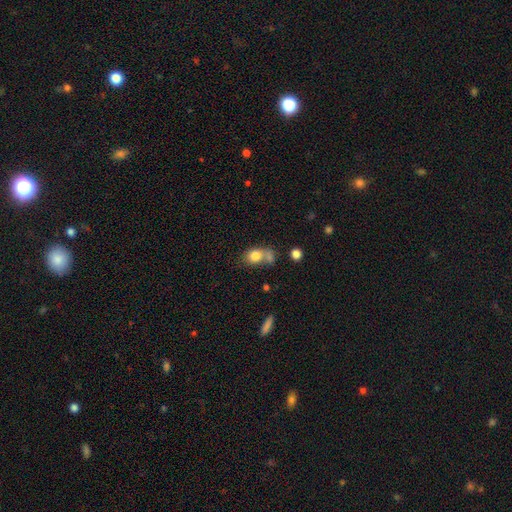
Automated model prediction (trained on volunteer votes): This appears to be a smooth galaxy with no disk features (80%) that is in between round and cigar-shaped (51%). Merging: merger (39%).